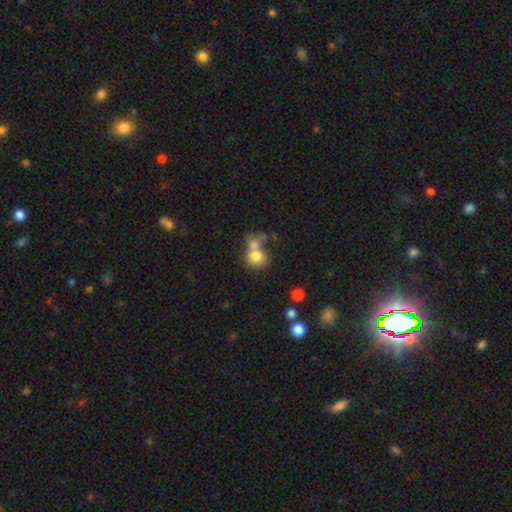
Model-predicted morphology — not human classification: Overall: smooth (75%). How rounded: round (66%; in between 33%). Merging: merger (53%; none 29%).